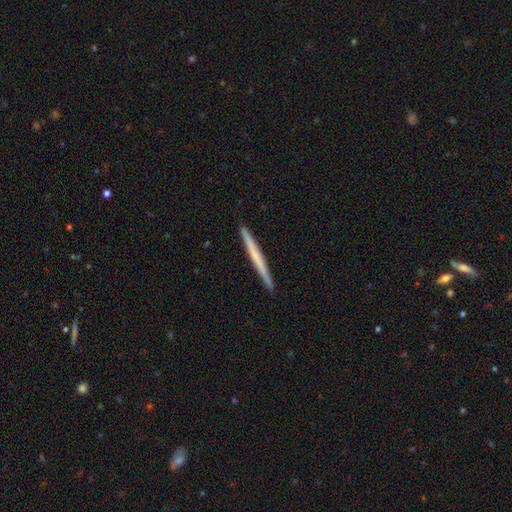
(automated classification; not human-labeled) This appears to be a smooth galaxy with no disk features (49%). Merging: none (93%).